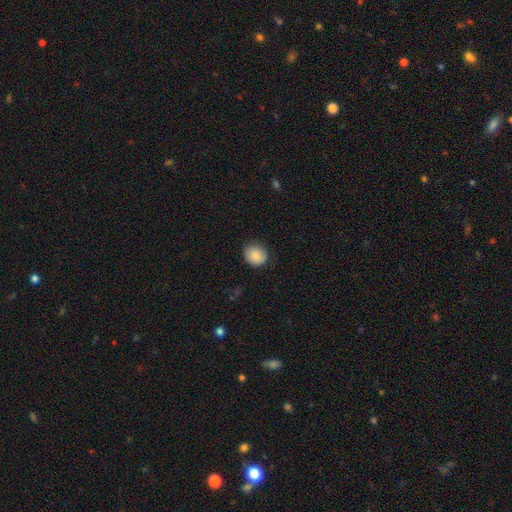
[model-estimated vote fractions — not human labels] smooth_or_featured: smooth (p=0.84) [alt: featured or disk p=0.08]
how_rounded: round (p=0.72) [alt: in between p=0.27]
merging: none (p=0.80) [alt: minor disturbance p=0.16]